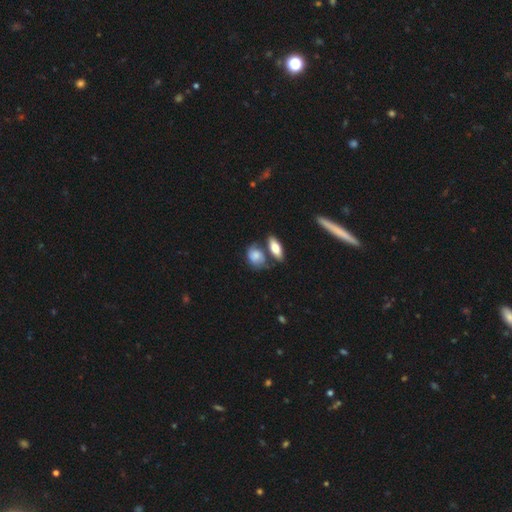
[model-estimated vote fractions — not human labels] Smooth or featured?
  - smooth: 70% *
  - featured or disk: 23%
  - star or artifact: 7%
How rounded?
  - in between: 69% *
  - round: 27%
  - cigar-shaped: 4%
Merging?
  - none: 43% *
  - merger: 26%
  - minor disturbance: 22%
  - major disturbance: 9%